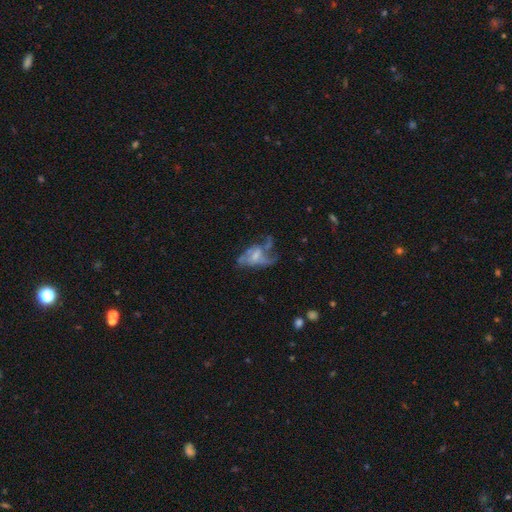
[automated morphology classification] type=featured or disk (65%); edge-on=no (96%); bar=no (57%); spiral arms=yes (56%); bulge=small (34%); merging=major disturbance (44%).